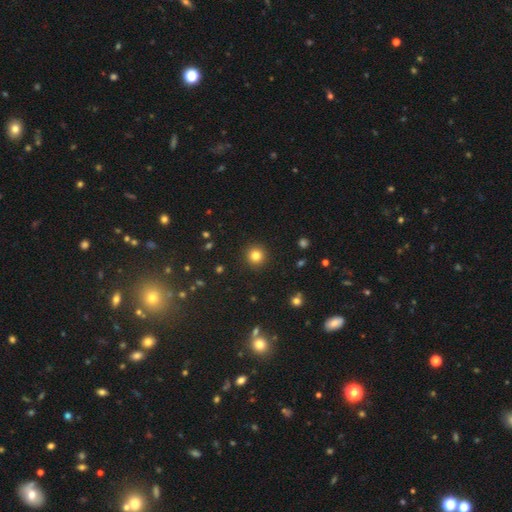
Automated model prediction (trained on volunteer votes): Smooth or featured? smooth (82%)
How rounded? round (95%)
Merging? none (92%)